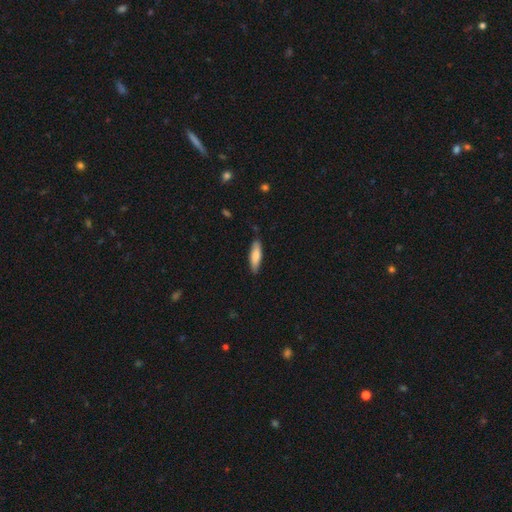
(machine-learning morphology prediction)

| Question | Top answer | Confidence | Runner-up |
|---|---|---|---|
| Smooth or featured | smooth | 77% | featured or disk (17%) |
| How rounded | cigar-shaped | 61% | in between (38%) |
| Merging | none | 82% | minor disturbance (14%) |